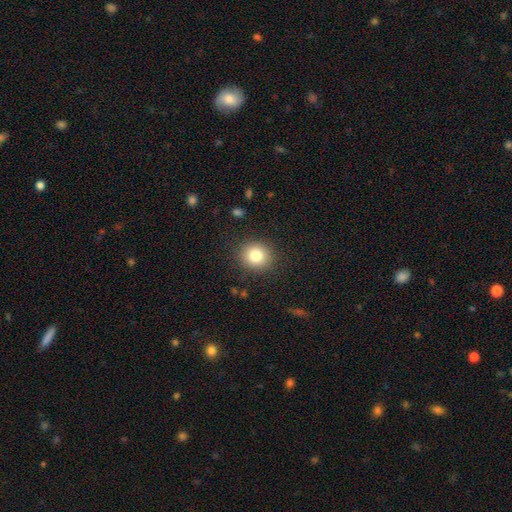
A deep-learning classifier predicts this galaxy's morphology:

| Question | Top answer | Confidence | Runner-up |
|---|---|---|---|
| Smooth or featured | smooth | 81% | star or artifact (11%) |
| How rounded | round | 85% | in between (14%) |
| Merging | none | 88% | minor disturbance (8%) |